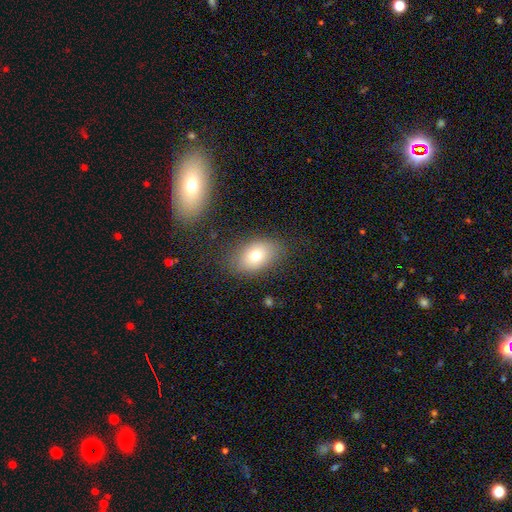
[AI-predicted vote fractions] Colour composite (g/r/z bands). It shows a smooth galaxy with no disk features (73%) that is in between round and cigar-shaped (83%). Merging: none (80%).